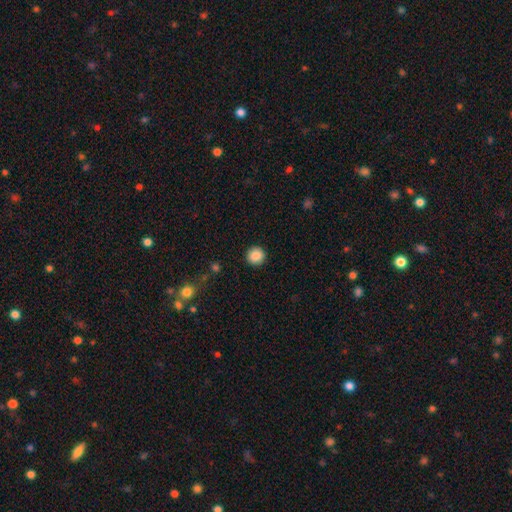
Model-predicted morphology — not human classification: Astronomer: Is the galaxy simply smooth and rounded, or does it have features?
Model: smooth — 87%.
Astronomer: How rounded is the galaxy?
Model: round — 95%.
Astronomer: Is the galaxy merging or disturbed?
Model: none — 93%.